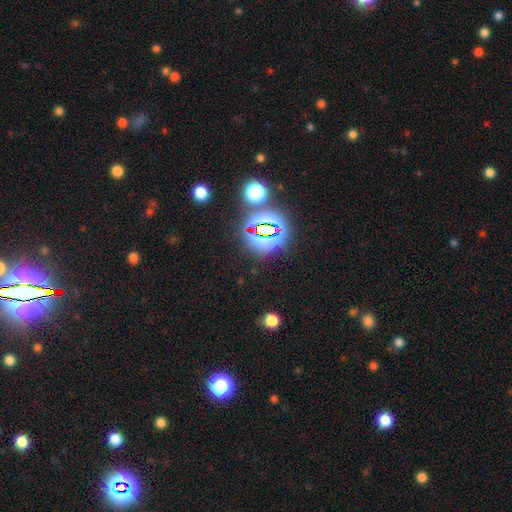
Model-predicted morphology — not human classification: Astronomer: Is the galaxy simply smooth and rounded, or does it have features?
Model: star or artifact — 76%.